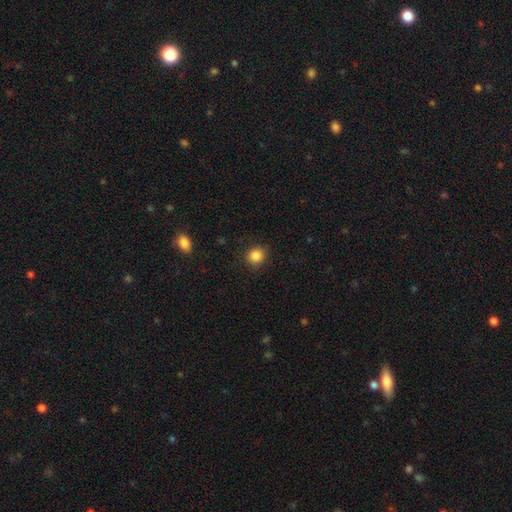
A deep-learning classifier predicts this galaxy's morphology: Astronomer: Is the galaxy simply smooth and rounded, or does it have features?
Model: smooth — 86%.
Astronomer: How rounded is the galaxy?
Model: round — 84%.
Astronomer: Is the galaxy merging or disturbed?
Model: none — 88%.